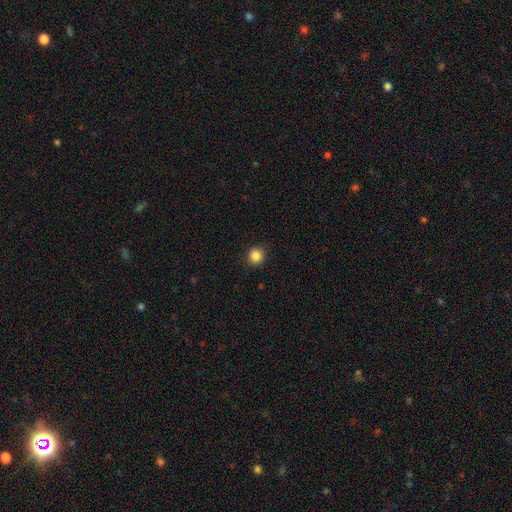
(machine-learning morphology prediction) Smooth or featured: smooth — 86% (star or artifact — 11%)
How rounded: round — 93% (in between — 6%)
Merging: none — 92% (minor disturbance — 6%)